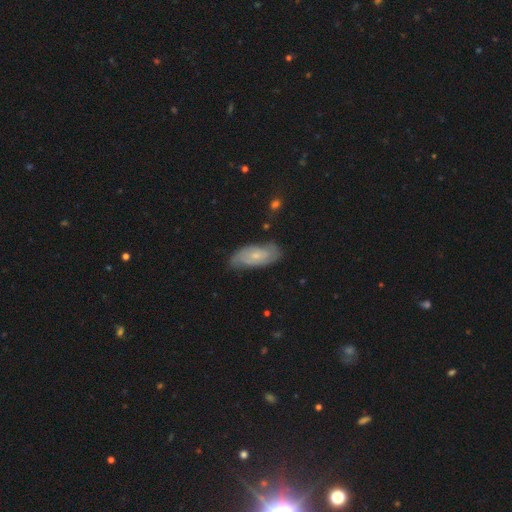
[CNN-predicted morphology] A featured or disk galaxy (55%). Merging: none (71%).